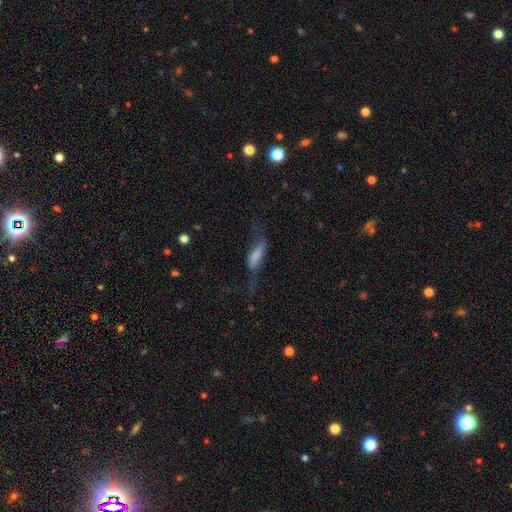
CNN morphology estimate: A smooth galaxy with no disk features (56%) that is in between round and cigar-shaped (57%).

Vote fractions:
- Smooth or featured? smooth: 56% / featured or disk: 35% / star or artifact: 9%
- How rounded? in between: 57% / cigar-shaped: 39% / round: 4%
- Merging? major disturbance: 46% / none: 27% / minor disturbance: 22% / merger: 5%